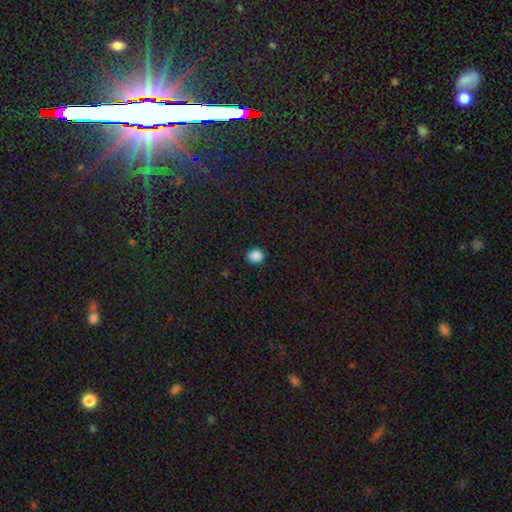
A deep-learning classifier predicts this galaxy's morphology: type=smooth (87%); roundness=round (79%); merging=none (89%).